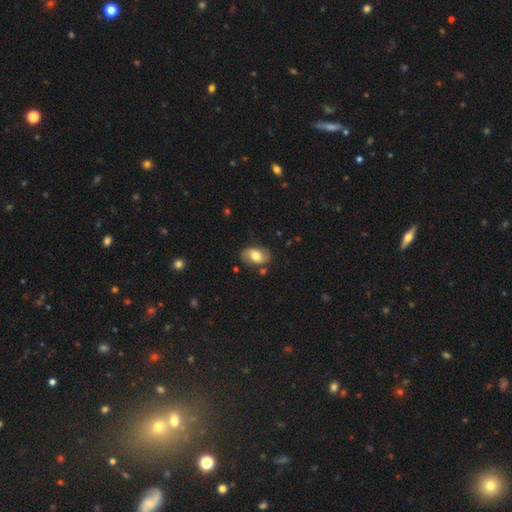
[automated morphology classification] The model was most divided on "smooth or featured": smooth: 60%, featured or disk: 33%, star or artifact: 7%. More confident: how rounded — in between (88%); merging — none (76%).